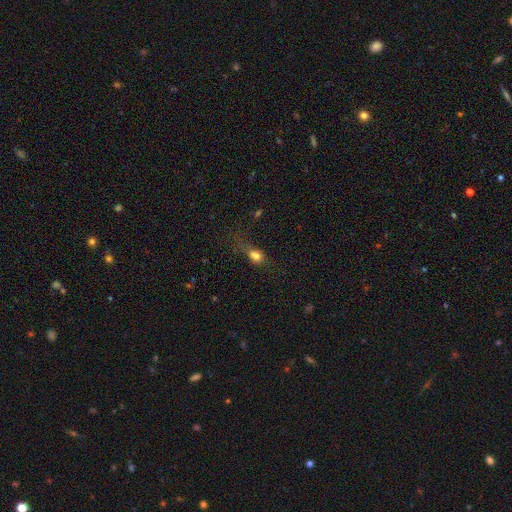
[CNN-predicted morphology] A smooth galaxy with no disk features (73%) that is in between round and cigar-shaped (53%).

Vote fractions:
- Smooth or featured? smooth: 73% / star or artifact: 14% / featured or disk: 13%
- How rounded? in between: 53% / round: 40% / cigar-shaped: 7%
- Merging? none: 32% / major disturbance: 30% / minor disturbance: 22% / merger: 17%